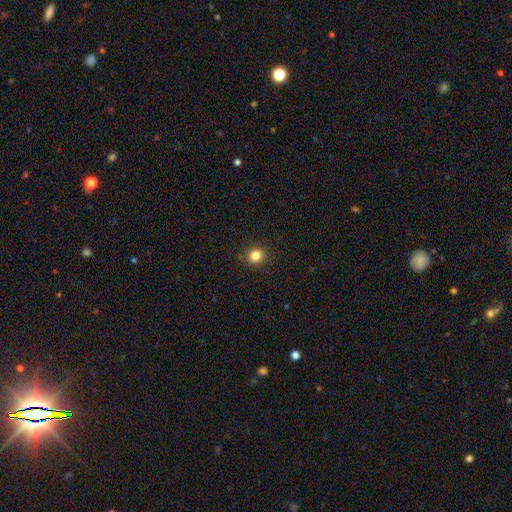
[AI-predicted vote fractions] Q: Smooth or featured?
A: smooth (83%); runner-up: star or artifact (12%)
Q: How rounded?
A: round (87%); runner-up: in between (12%)
Q: Merging?
A: none (91%); runner-up: minor disturbance (6%)